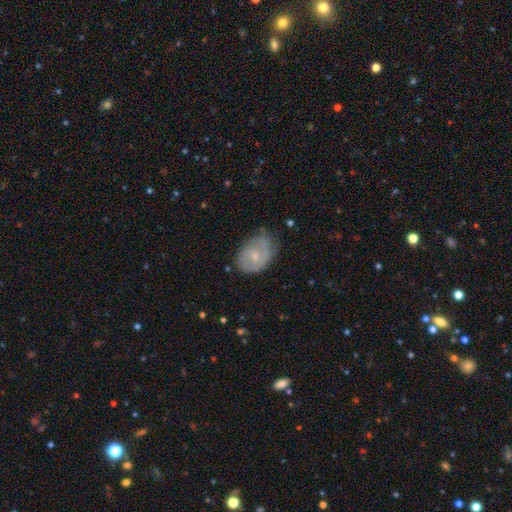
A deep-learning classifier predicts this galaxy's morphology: Overall: featured or disk (52%; smooth 41%). Edge-on disk: no (96%). Bar: no (55%; weak 39%). Spiral arms: yes (73%). Bulge size: small (62%; moderate 29%). Merging: none (54%; minor disturbance 33%).